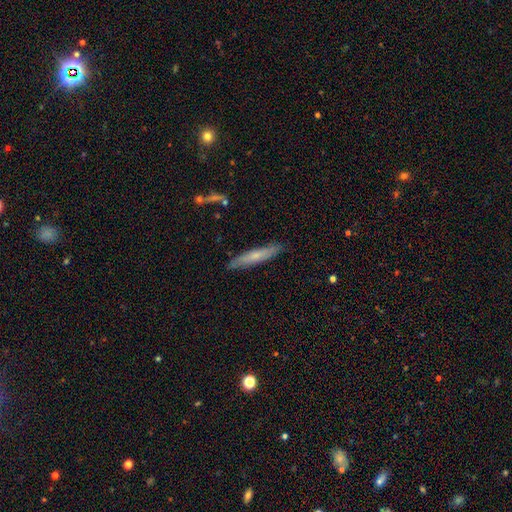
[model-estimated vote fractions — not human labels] This is possibly a smooth galaxy (56%). How rounded: clearly cigar-shaped (92%). Merging: clearly none (87%).